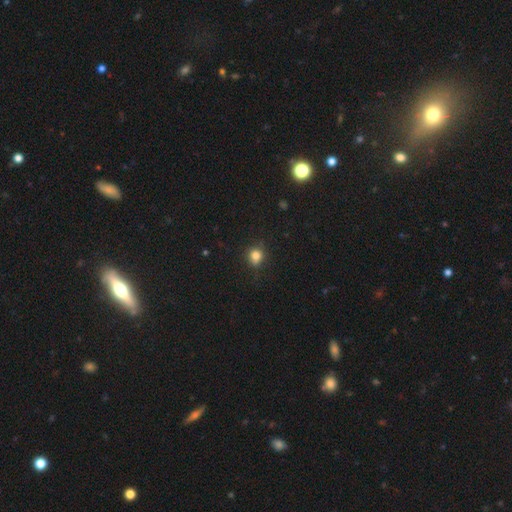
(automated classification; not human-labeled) Q: Smooth or featured?
A: smooth (81%); runner-up: star or artifact (13%)
Q: How rounded?
A: round (82%); runner-up: in between (17%)
Q: Merging?
A: none (77%); runner-up: minor disturbance (17%)